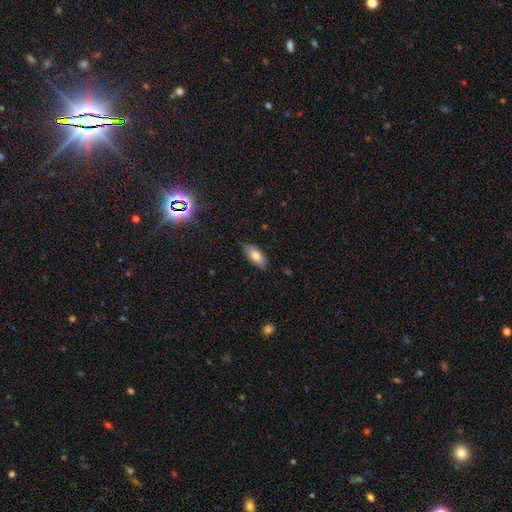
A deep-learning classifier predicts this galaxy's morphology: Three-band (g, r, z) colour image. It shows a smooth galaxy with no disk features (79%) that is in between round and cigar-shaped (88%). Merging: none (81%).